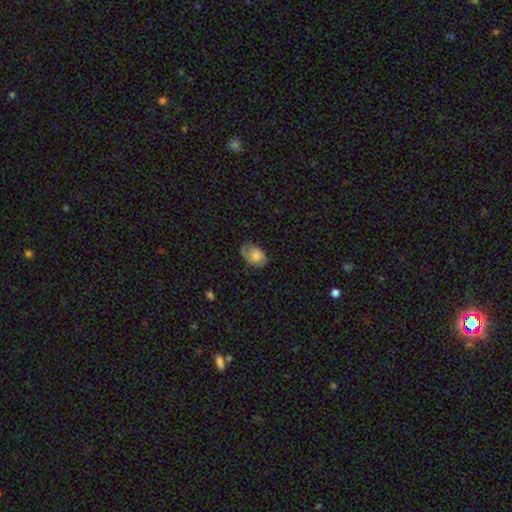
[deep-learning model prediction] smooth_or_featured: smooth (p=0.52) [alt: featured or disk p=0.40]
how_rounded: in between (p=0.83) [alt: round p=0.15]
merging: none (p=0.58) [alt: minor disturbance p=0.28]